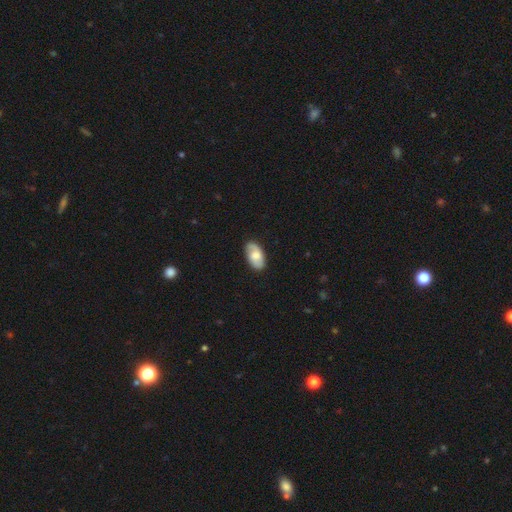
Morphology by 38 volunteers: Smooth or featured? 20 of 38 (53%) said smooth. How rounded? 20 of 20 (100%) said in between. Merging? 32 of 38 (84%) said none.